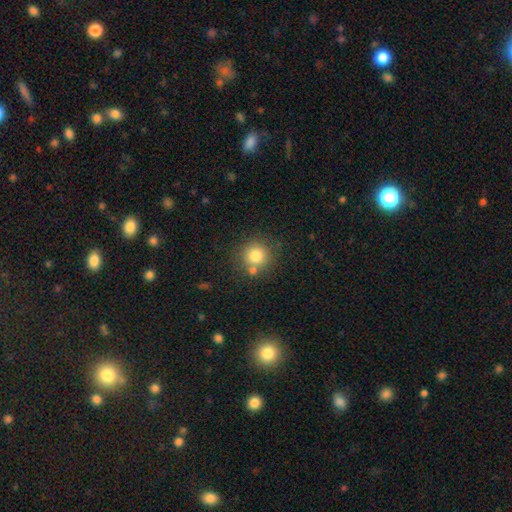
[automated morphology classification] This appears to be a smooth galaxy with no disk features (79%) that is round (92%). Merging: none (74%).